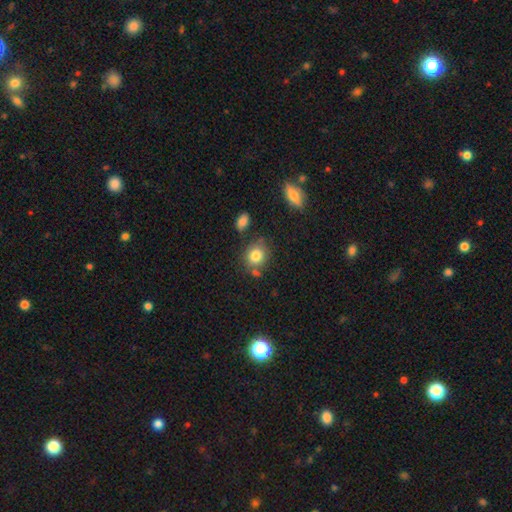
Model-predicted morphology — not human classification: Smooth or featured: smooth — 81% (star or artifact — 10%)
How rounded: round — 75% (in between — 24%)
Merging: none — 70% (minor disturbance — 15%)